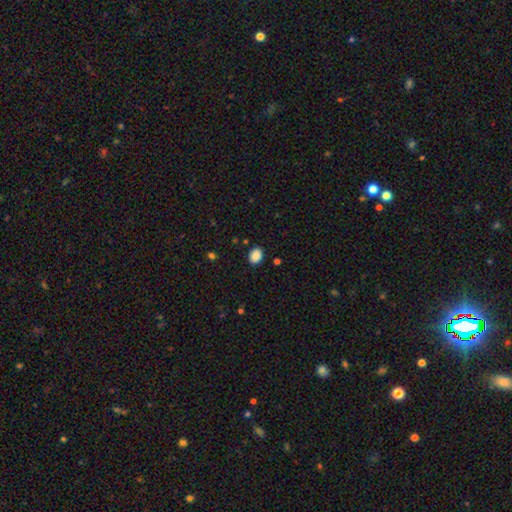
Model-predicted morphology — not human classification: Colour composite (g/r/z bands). It shows a smooth galaxy with no disk features (88%) that is in between round and cigar-shaped (59%). Merging: none (88%).